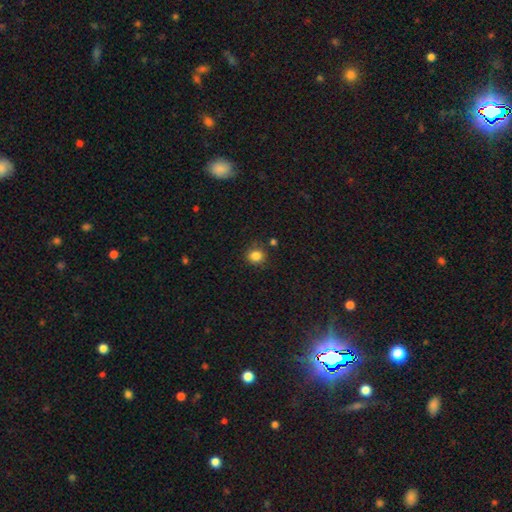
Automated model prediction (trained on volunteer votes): Smooth or featured? Predicted: smooth (p=0.84). How rounded? Predicted: round (p=0.82). Merging? Predicted: none (p=0.82).